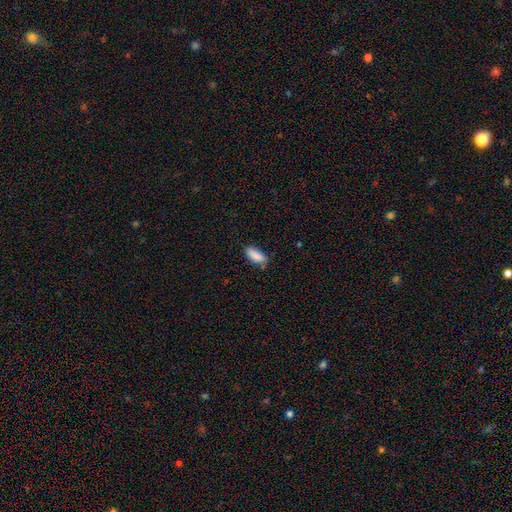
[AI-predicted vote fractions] Overall: smooth (88%). How rounded: in between (80%). Merging: none (75%).